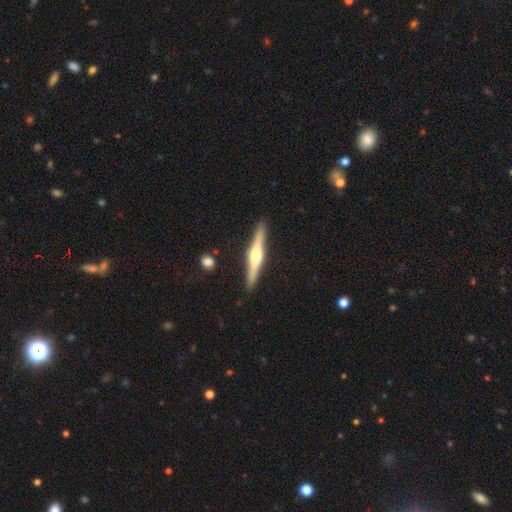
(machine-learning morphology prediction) smooth-or-featured: featured or disk: 76% | smooth: 19% | star or artifact: 5%
  disk-edge-on: yes: 98% | no: 2%
    edge-on-bulge: rounded: 87% | boxy: 9% | none: 3%
  merging: none: 90% | minor disturbance: 7% | major disturbance: 2% | merger: 1%